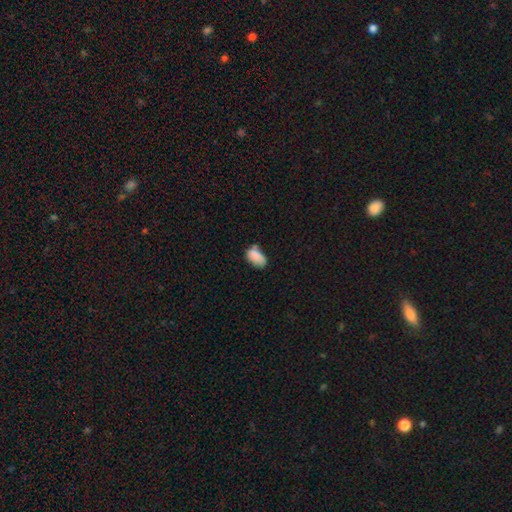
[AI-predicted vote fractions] Smooth or featured? smooth (85%)
How rounded? in between (91%)
Merging? none (50%)